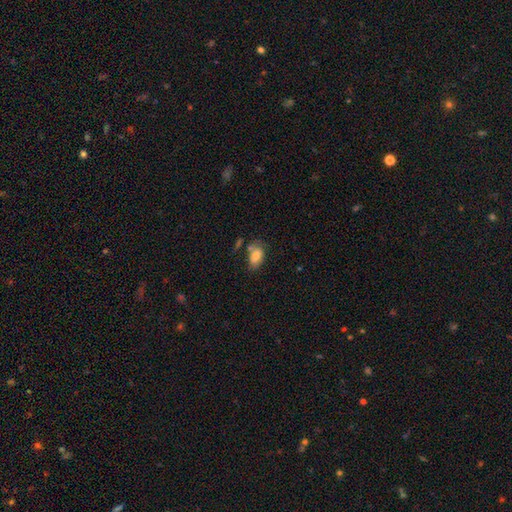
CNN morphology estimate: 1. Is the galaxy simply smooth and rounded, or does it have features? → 74% smooth, 18% featured or disk, 8% star or artifact.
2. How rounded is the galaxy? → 90% in between, 7% round, 2% cigar-shaped.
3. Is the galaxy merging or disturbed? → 49% none, 24% minor disturbance, 16% merger, 11% major disturbance.